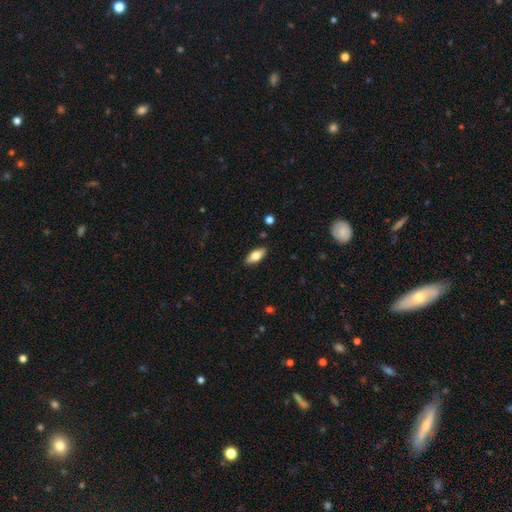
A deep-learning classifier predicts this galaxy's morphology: Overall: smooth (69%). How rounded: in between (83%). Merging: none (88%).